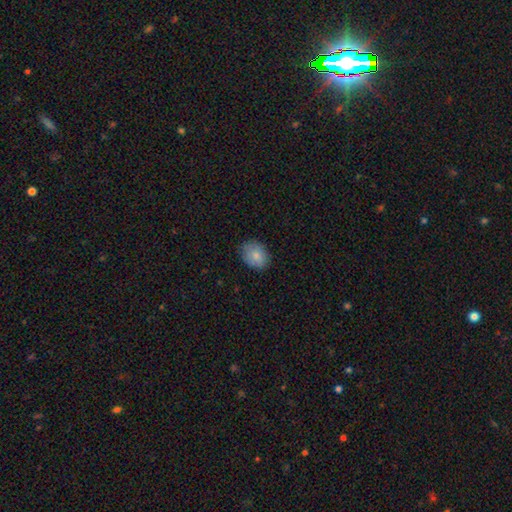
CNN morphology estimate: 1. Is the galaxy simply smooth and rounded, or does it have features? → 83% smooth, 9% featured or disk, 8% star or artifact.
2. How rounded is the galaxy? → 59% in between, 40% round, 1% cigar-shaped.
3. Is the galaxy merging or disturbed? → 80% none, 16% minor disturbance, 3% major disturbance, 1% merger.